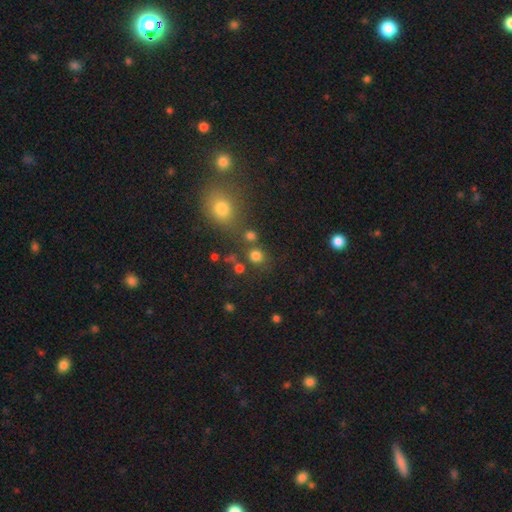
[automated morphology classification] Q: Smooth or featured?
A: smooth (77%); runner-up: star or artifact (17%)
Q: How rounded?
A: round (84%); runner-up: in between (15%)
Q: Merging?
A: none (71%); runner-up: merger (15%)